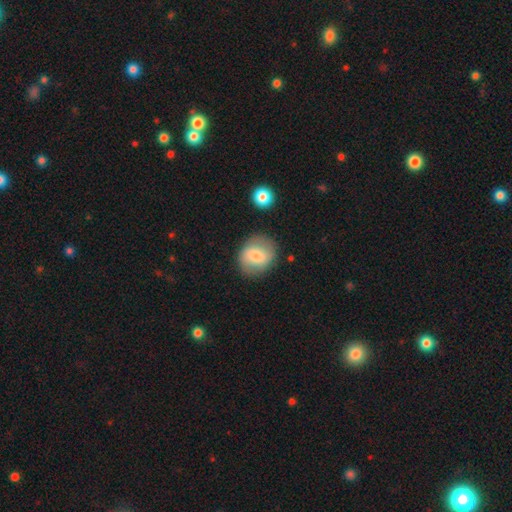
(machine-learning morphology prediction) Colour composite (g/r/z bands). It shows a smooth galaxy with no disk features (66%) that is round (70%). Merging: none (80%).